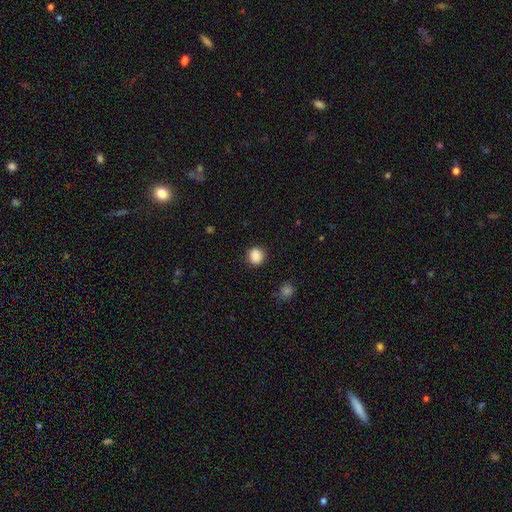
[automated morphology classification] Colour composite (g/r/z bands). It shows a smooth galaxy with no disk features (88%) that is round (81%). Merging: none (89%).